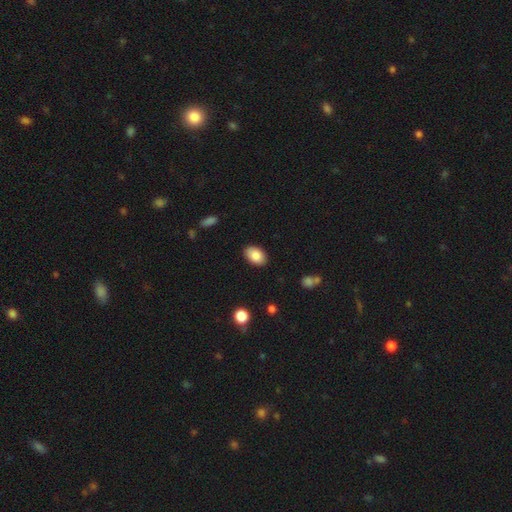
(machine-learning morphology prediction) smooth-or-featured: smooth: 87% | star or artifact: 7% | featured or disk: 6%
  how-rounded: in between: 87% | round: 12% | cigar-shaped: 1%
  merging: none: 87% | minor disturbance: 10% | major disturbance: 2% | merger: 1%